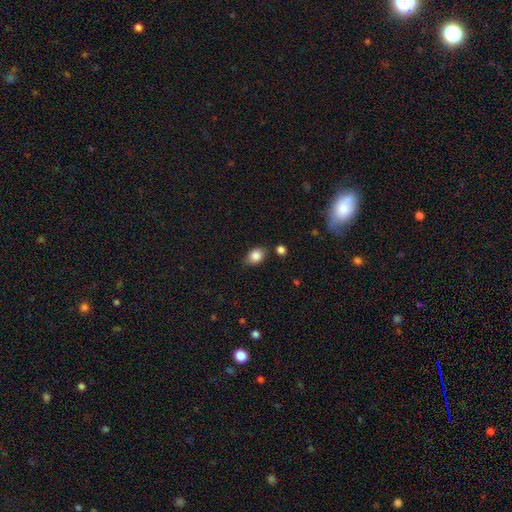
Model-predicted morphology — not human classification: smooth-or-featured: smooth: 85% | star or artifact: 9% | featured or disk: 7%
  how-rounded: in between: 74% | round: 25% | cigar-shaped: 2%
  merging: none: 73% | minor disturbance: 18% | merger: 5% | major disturbance: 4%